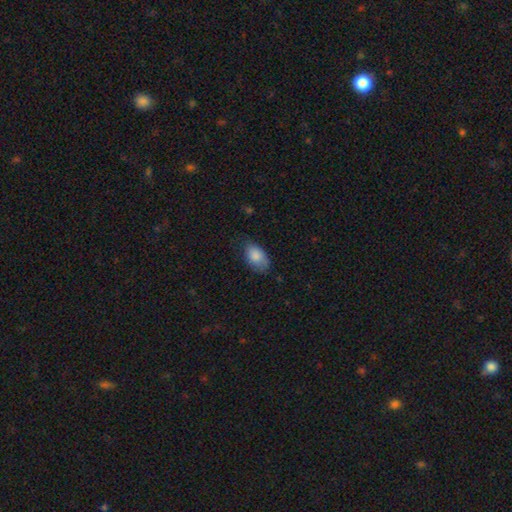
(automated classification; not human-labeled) A smooth galaxy with no disk features (84%) that is in between round and cigar-shaped (91%).

Vote fractions:
- Smooth or featured? smooth: 84% / featured or disk: 9% / star or artifact: 7%
- How rounded? in between: 91% / round: 7% / cigar-shaped: 2%
- Merging? none: 65% / minor disturbance: 28% / major disturbance: 6% / merger: 1%